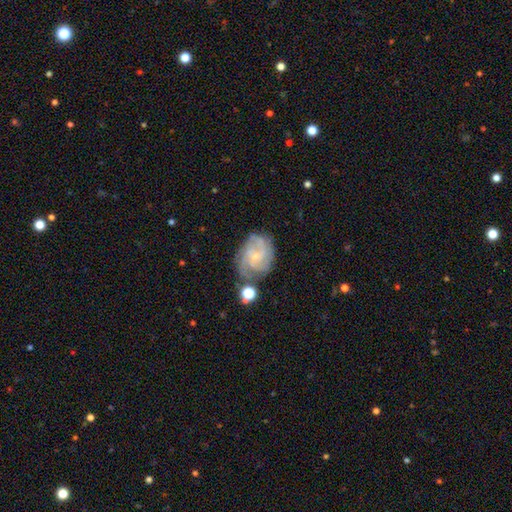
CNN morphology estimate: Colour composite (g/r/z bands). It shows a featured or disk galaxy (78%) with no bar (67%), 3 (29%) tight (50%) spiral arms (93%) and a small central bulge (76%). Merging: none (61%).